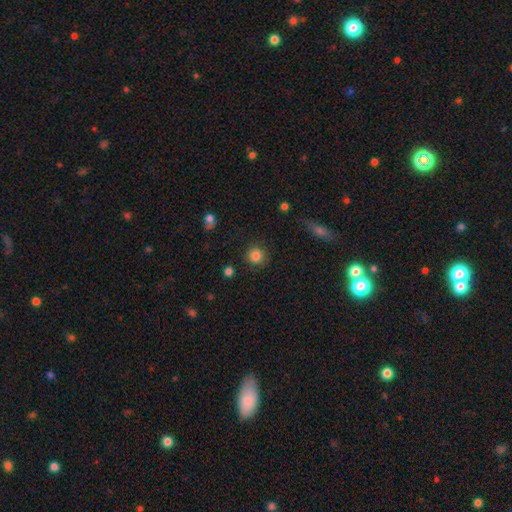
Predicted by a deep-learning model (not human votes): Q: Smooth or featured?
A: smooth (85%); runner-up: star or artifact (11%)
Q: How rounded?
A: round (93%); runner-up: in between (6%)
Q: Merging?
A: none (87%); runner-up: minor disturbance (9%)